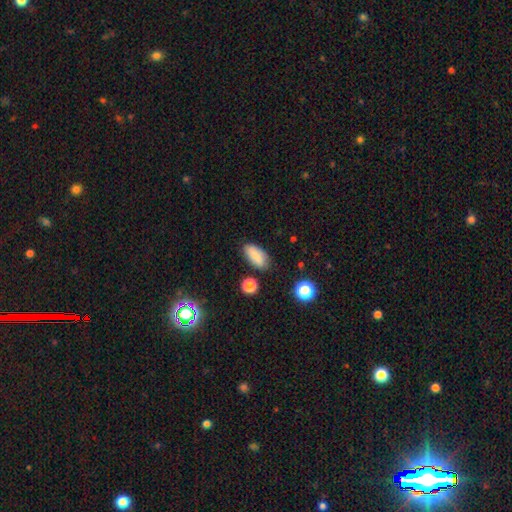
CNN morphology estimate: Smooth or featured: smooth — 83% (star or artifact — 9%)
How rounded: in between — 89% (cigar-shaped — 7%)
Merging: none — 81% (minor disturbance — 13%)